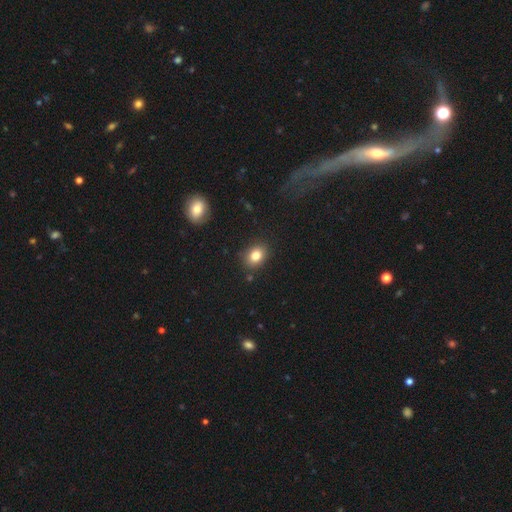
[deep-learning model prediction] Q: Smooth or featured?
A: smooth (82%); runner-up: star or artifact (10%)
Q: How rounded?
A: in between (59%); runner-up: round (40%)
Q: Merging?
A: none (85%); runner-up: minor disturbance (10%)